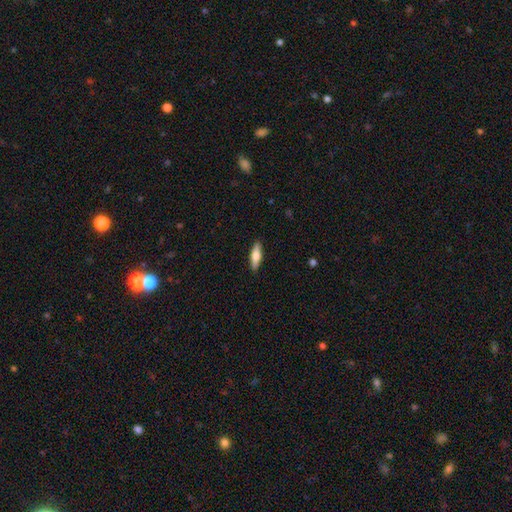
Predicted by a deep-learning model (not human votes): Smooth or featured? smooth (58%)
How rounded? cigar-shaped (55%)
Merging? none (89%)